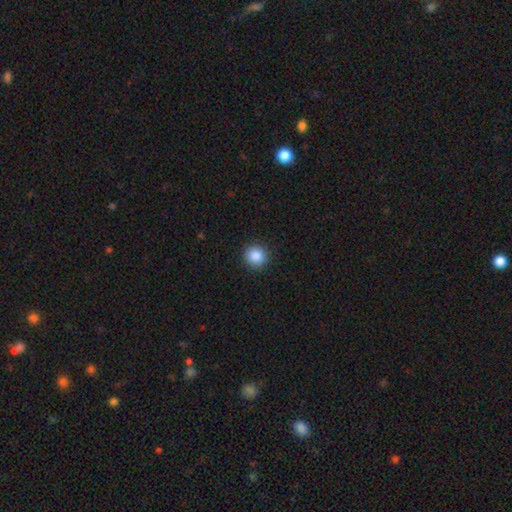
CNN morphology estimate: Smooth or featured? Predicted: smooth (p=0.88). How rounded? Predicted: round (p=0.93). Merging? Predicted: none (p=0.91).